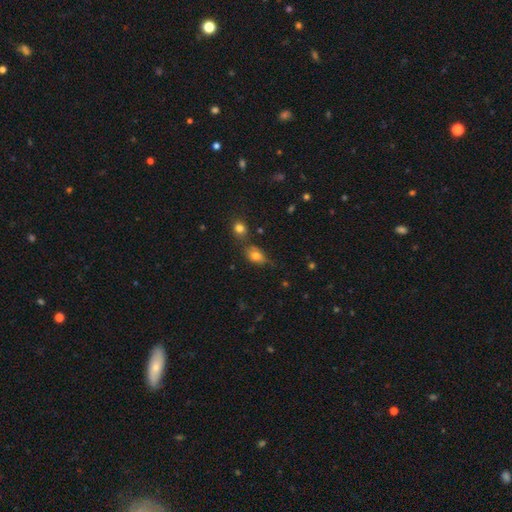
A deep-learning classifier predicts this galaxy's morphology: Q: Smooth or featured?
A: smooth (76%); runner-up: featured or disk (12%)
Q: How rounded?
A: in between (76%); runner-up: round (21%)
Q: Merging?
A: none (53%); runner-up: minor disturbance (26%)